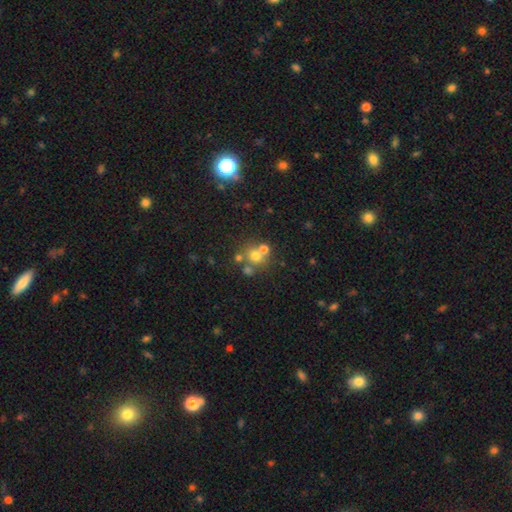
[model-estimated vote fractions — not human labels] This is likely a smooth galaxy (62%). How rounded: clearly round (85%). Merging: possibly none (53%).